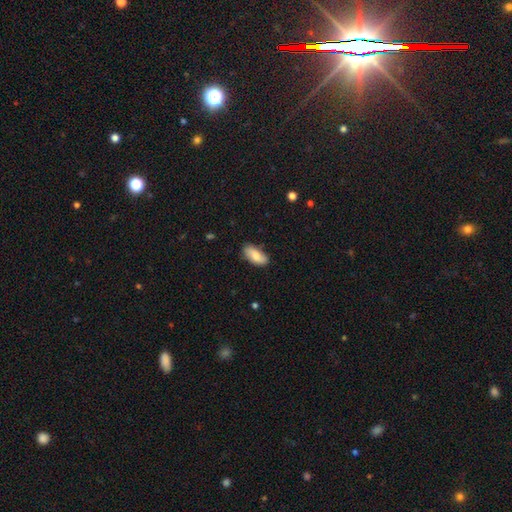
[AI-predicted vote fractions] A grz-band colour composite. It shows a smooth galaxy with no disk features (73%) that is in between round and cigar-shaped (89%). Merging: none (79%).